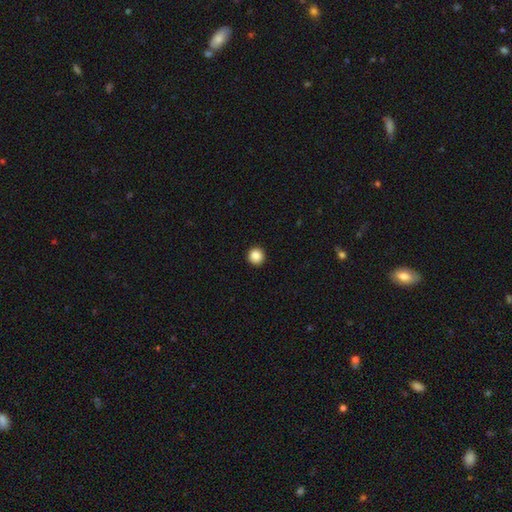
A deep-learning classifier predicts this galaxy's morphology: Smooth or featured?
  - smooth: 87% *
  - star or artifact: 9%
  - featured or disk: 3%
How rounded?
  - round: 95% *
  - in between: 4%
  - cigar-shaped: 1%
Merging?
  - none: 94% *
  - minor disturbance: 4%
  - major disturbance: 1%
  - merger: 1%